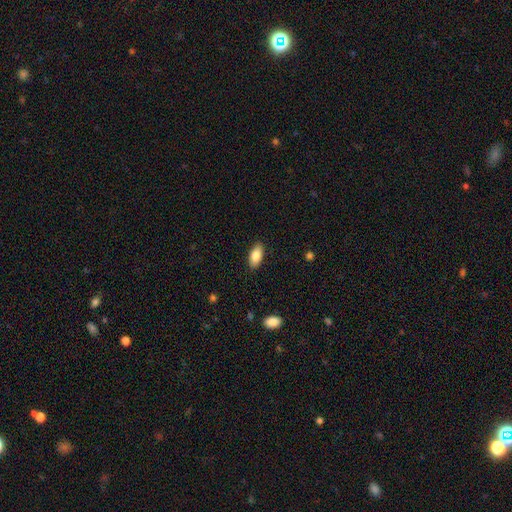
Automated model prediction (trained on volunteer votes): A smooth galaxy with no disk features (85%) that is in between round and cigar-shaped (89%). Merging: none (88%).